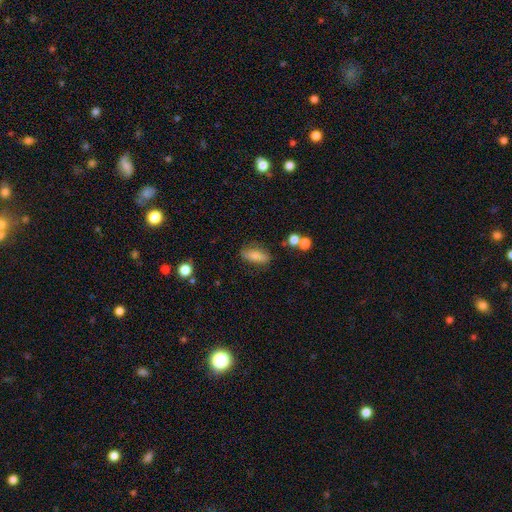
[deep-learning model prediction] smooth_or_featured: smooth (p=0.69) [alt: featured or disk p=0.23]
how_rounded: in between (p=0.77) [alt: cigar-shaped p=0.18]
merging: none (p=0.70) [alt: minor disturbance p=0.21]